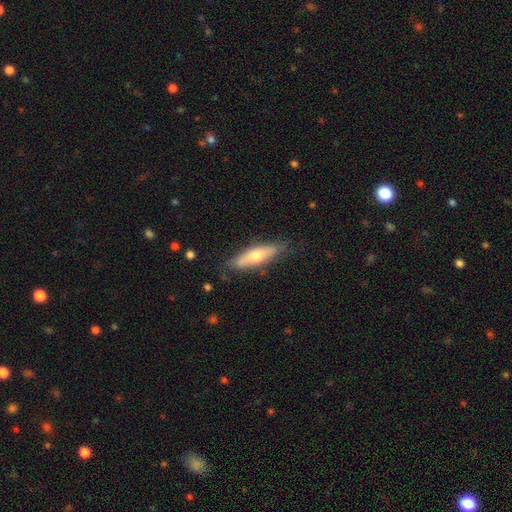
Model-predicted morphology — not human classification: The model was most divided on "smooth or featured": smooth: 55%, featured or disk: 39%, star or artifact: 6%. More confident: merging — none (78%); how rounded — cigar-shaped (60%).